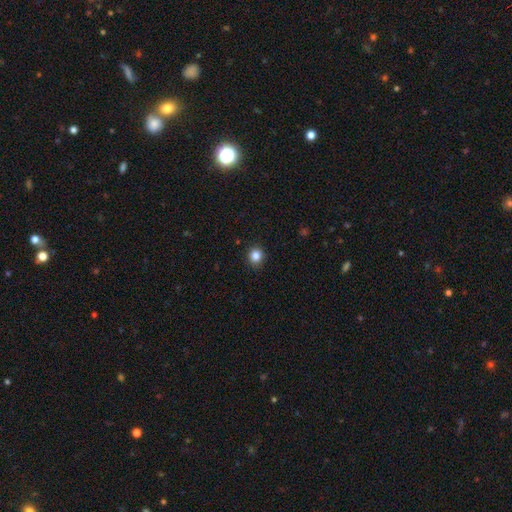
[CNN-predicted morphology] smooth 84%, star or artifact 11%, featured or disk 4%. Down the decision tree: how rounded — round (88%); merging — none (90%).